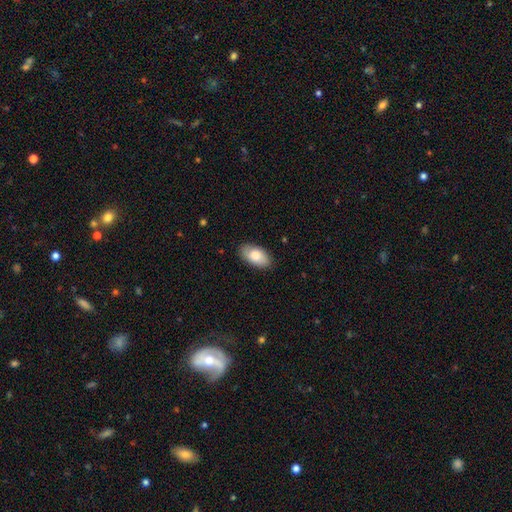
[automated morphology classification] type=smooth (82%); roundness=in between (95%); merging=none (86%).